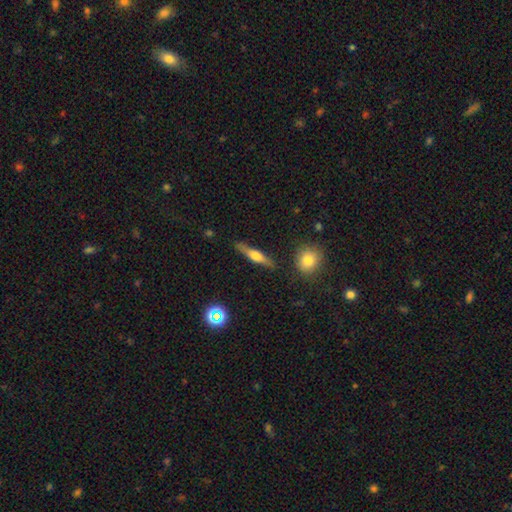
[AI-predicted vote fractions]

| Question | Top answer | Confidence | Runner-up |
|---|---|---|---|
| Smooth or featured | featured or disk | 58% | smooth (35%) |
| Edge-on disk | yes | 95% | no (5%) |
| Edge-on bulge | rounded | 87% | boxy (8%) |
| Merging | none | 86% | minor disturbance (10%) |